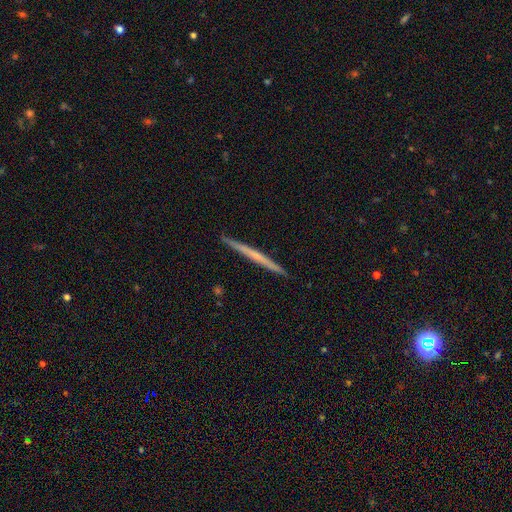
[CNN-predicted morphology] A featured or disk galaxy (61%) viewed edge-on (98%) with no central bulge (73%).

Vote fractions:
- Smooth or featured? featured or disk: 61% / smooth: 33% / star or artifact: 6%
- Edge-on disk? yes: 98% / no: 2%
- Edge-on bulge? none: 73% / rounded: 22% / boxy: 5%
- Merging? none: 93% / minor disturbance: 5% / major disturbance: 1% / merger: 1%